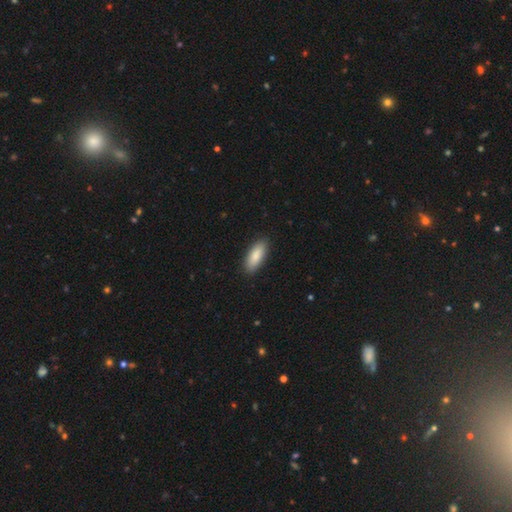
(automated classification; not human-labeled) This appears to be a smooth galaxy with no disk features (87%) that is in between round and cigar-shaped (77%). Merging: none (89%).